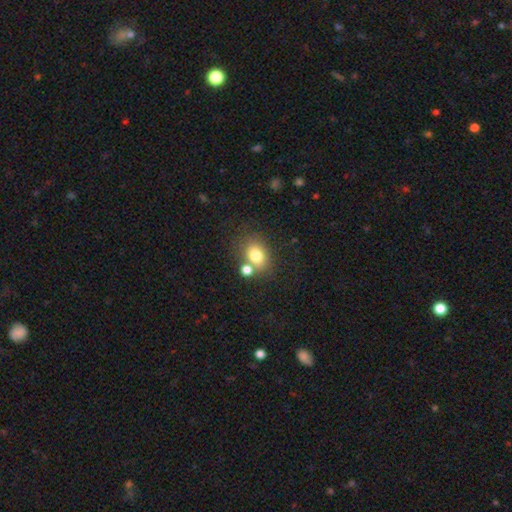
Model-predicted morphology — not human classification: Smooth or featured? smooth (76%)
How rounded? in between (53%)
Merging? none (59%)